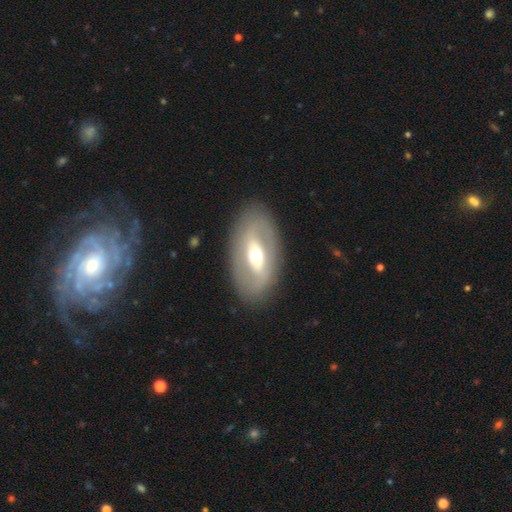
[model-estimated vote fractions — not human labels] Smooth or featured?
  - featured or disk: 65% *
  - smooth: 29%
  - star or artifact: 6%
Edge-on disk?
  - no: 88% *
  - yes: 12%
Bar?
  - strong: 45% *
  - weak: 32%
  - no: 23%
Spiral arms?
  - no: 66% *
  - yes: 34%
Bulge size?
  - moderate: 65% *
  - small: 23%
  - large: 10%
  - dominant: 1%
  - none: 1%
Merging?
  - none: 85% *
  - minor disturbance: 9%
  - major disturbance: 4%
  - merger: 1%